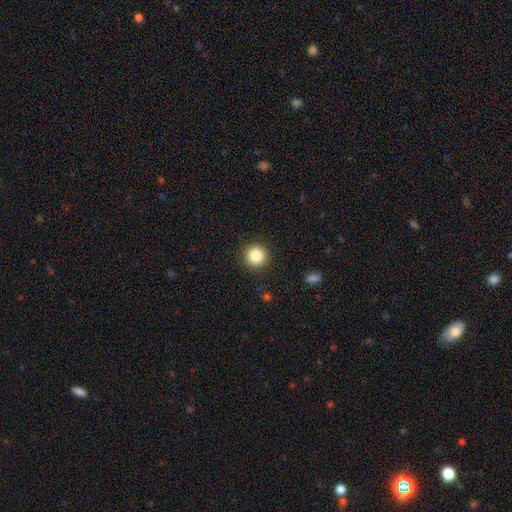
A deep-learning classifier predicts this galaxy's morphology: Smooth or featured? smooth (86%)
How rounded? round (94%)
Merging? none (91%)